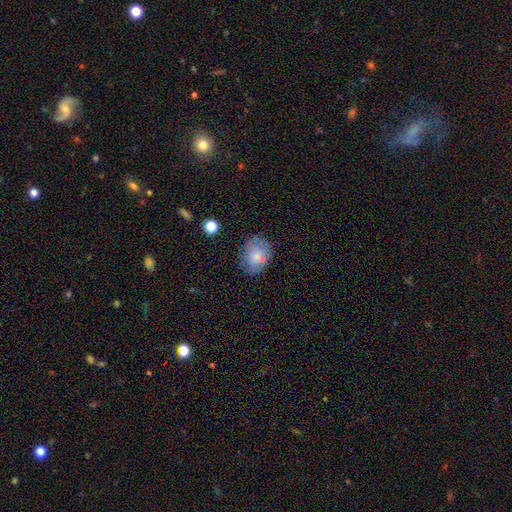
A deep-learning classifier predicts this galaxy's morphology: A smooth galaxy with no disk features (63%) that is in between round and cigar-shaped (58%).

Vote fractions:
- Smooth or featured? smooth: 63% / featured or disk: 27% / star or artifact: 10%
- How rounded? in between: 58% / round: 41% / cigar-shaped: 1%
- Merging? none: 64% / minor disturbance: 23% / major disturbance: 9% / merger: 4%